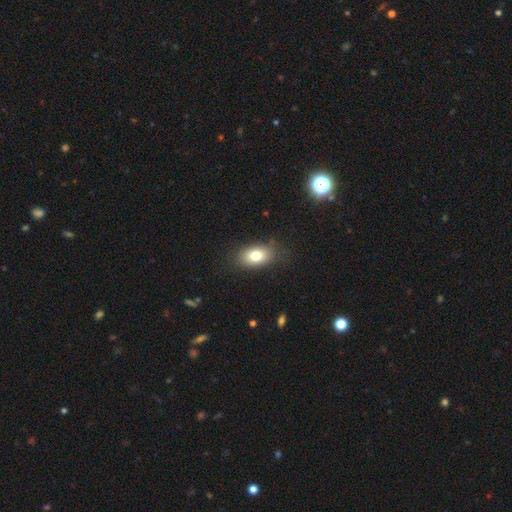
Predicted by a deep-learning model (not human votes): Smooth or featured?
  - smooth: 77% *
  - featured or disk: 14%
  - star or artifact: 10%
How rounded?
  - in between: 85% *
  - round: 13%
  - cigar-shaped: 2%
Merging?
  - none: 81% *
  - minor disturbance: 14%
  - major disturbance: 4%
  - merger: 1%